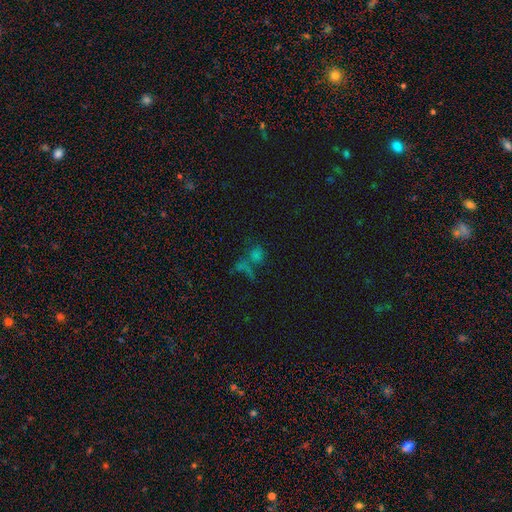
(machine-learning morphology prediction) This appears to be a smooth galaxy with no disk features (44%). Merging: none (43%).